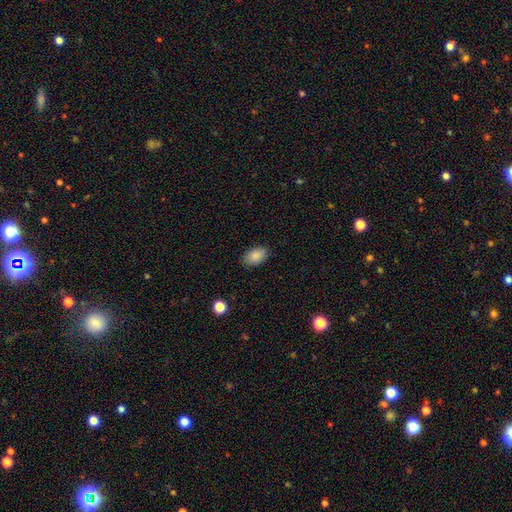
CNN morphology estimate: This is clearly a smooth galaxy (88%). How rounded: clearly in between (92%). Merging: clearly none (86%).